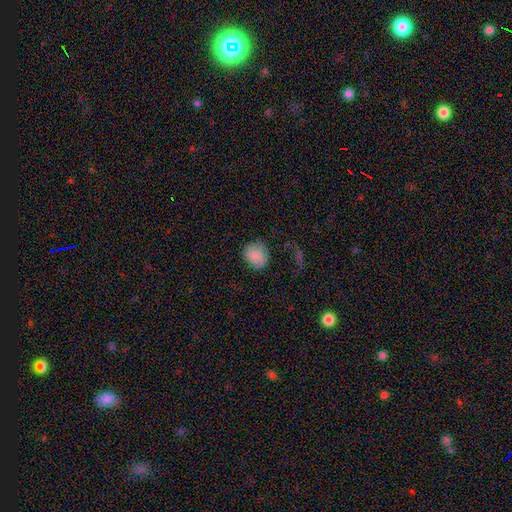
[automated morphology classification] Smooth or featured? smooth (85%)
How rounded? round (69%)
Merging? none (74%)